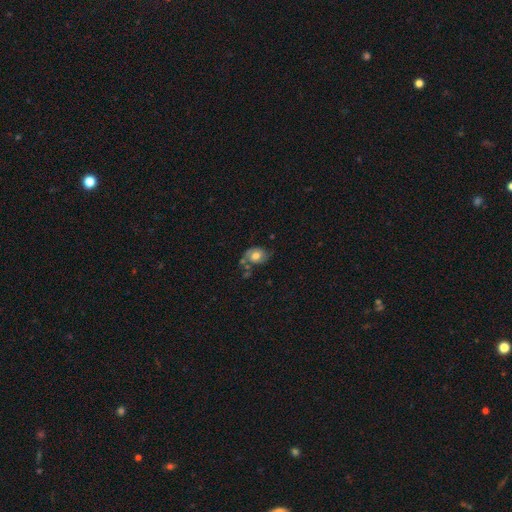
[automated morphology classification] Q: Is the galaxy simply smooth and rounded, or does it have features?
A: featured or disk — 48%.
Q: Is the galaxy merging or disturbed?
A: none — 47%.